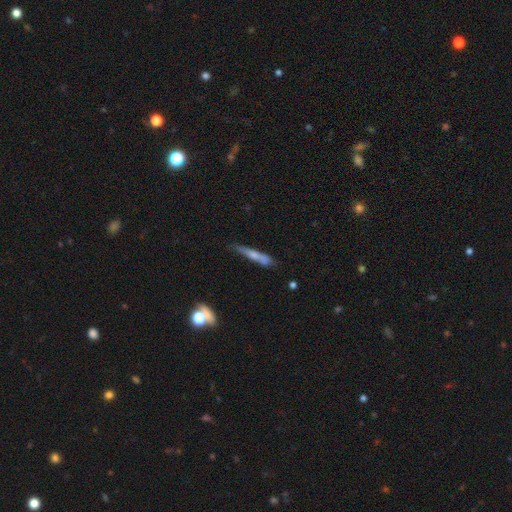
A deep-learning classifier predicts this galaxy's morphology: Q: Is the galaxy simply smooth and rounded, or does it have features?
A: smooth — 55%.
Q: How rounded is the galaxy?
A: cigar-shaped — 91%.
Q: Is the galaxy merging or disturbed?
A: none — 59%.